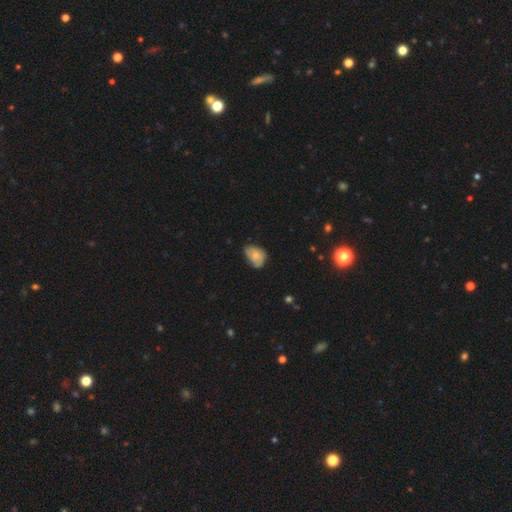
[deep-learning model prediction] This is likely a smooth galaxy (73%). How rounded: likely in between (73%). Merging: possibly minor disturbance (48%).